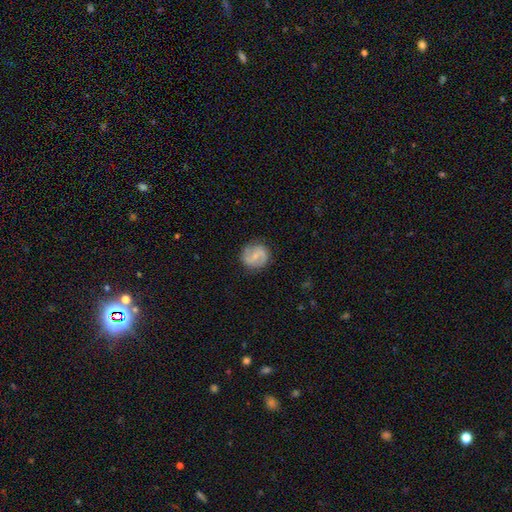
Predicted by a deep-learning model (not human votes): Smooth or featured? featured or disk (61%)
Edge-on disk? no (98%)
Bar? weak (51%)
Spiral arms? yes (87%)
Spiral winding? medium (48%)
Spiral arm count? 2 (87%)
Bulge size? small (57%)
Merging? none (82%)